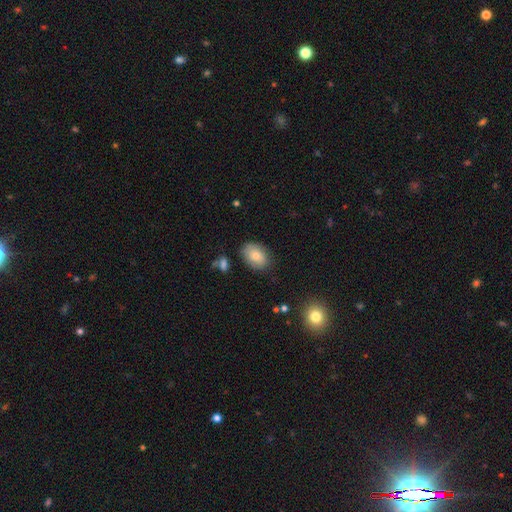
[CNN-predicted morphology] Smooth or featured? smooth (79%)
How rounded? in between (83%)
Merging? none (79%)